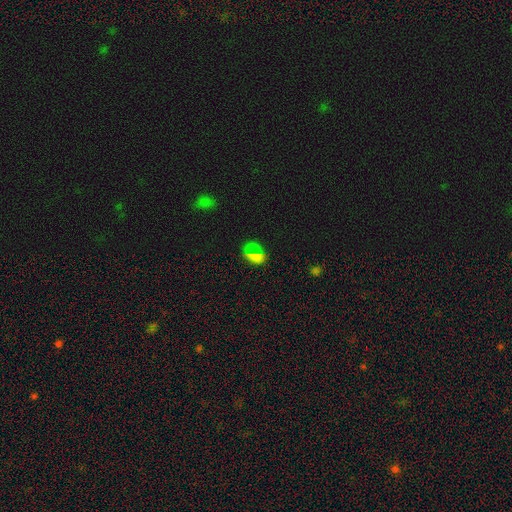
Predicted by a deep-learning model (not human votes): A smooth galaxy with no disk features (62%) that is in between round and cigar-shaped (82%).

Vote fractions:
- Smooth or featured? smooth: 62% / star or artifact: 32% / featured or disk: 7%
- How rounded? in between: 82% / round: 14% / cigar-shaped: 4%
- Merging? none: 79% / minor disturbance: 14% / major disturbance: 5% / merger: 3%